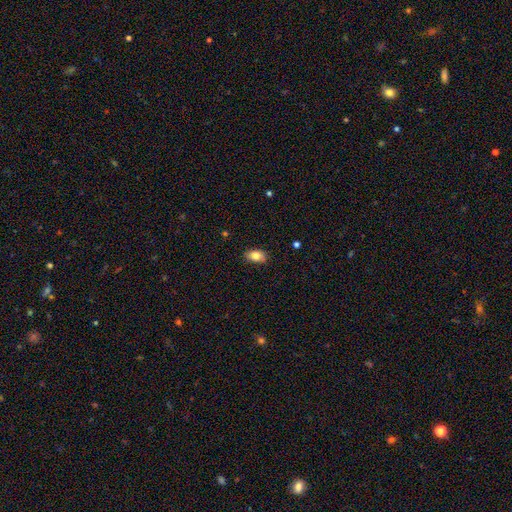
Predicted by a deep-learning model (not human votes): Smooth or featured: smooth — 82% (featured or disk — 9%)
How rounded: in between — 86% (round — 12%)
Merging: none — 85% (minor disturbance — 12%)